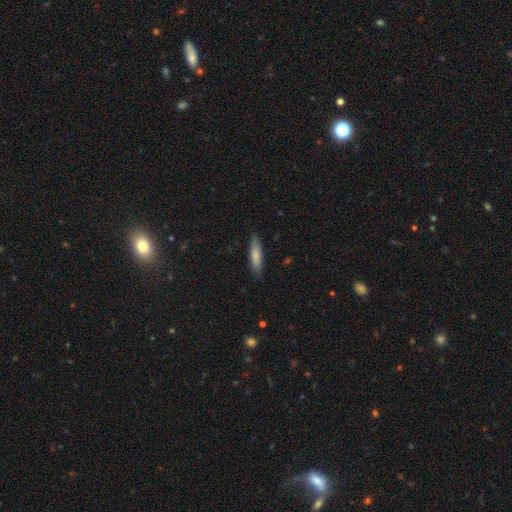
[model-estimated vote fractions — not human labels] Smooth or featured? Predicted: smooth (p=0.77). How rounded? Predicted: cigar-shaped (p=0.73). Merging? Predicted: none (p=0.86).